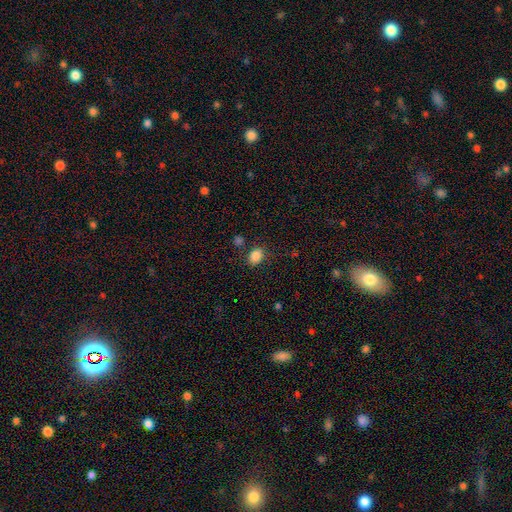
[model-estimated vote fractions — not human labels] Smooth or featured? smooth (85%)
How rounded? in between (62%)
Merging? none (78%)